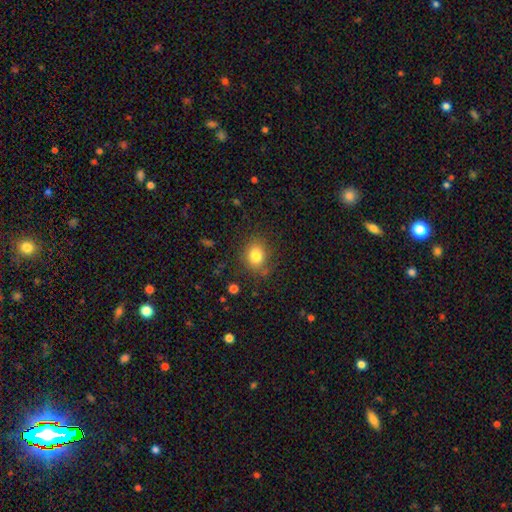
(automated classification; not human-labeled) smooth 80%, star or artifact 12%, featured or disk 8%. Down the decision tree: how rounded — round (66%); merging — none (80%).